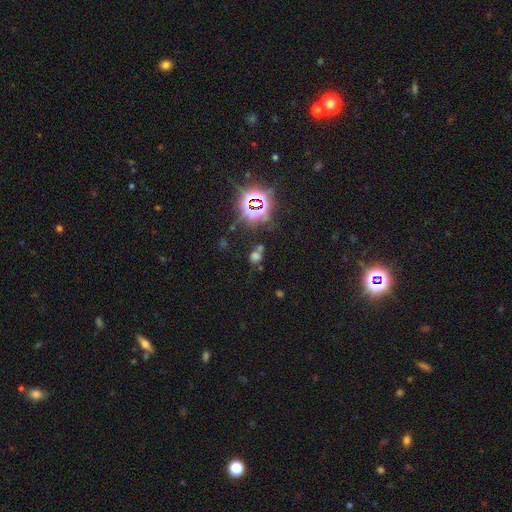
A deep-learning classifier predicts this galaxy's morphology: Smooth or featured?
  - smooth: 48% *
  - star or artifact: 41%
  - featured or disk: 11%
Merging?
  - none: 46% *
  - merger: 32%
  - minor disturbance: 13%
  - major disturbance: 8%